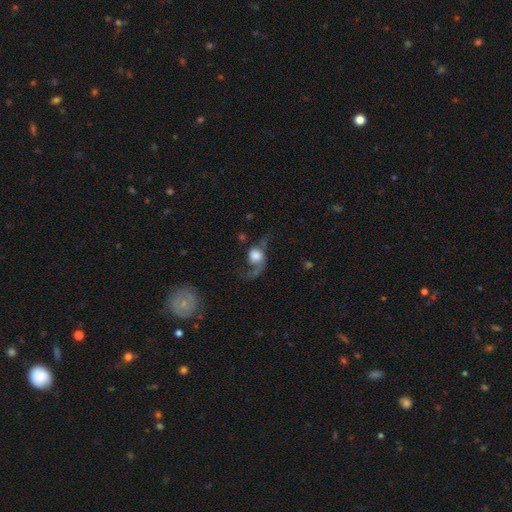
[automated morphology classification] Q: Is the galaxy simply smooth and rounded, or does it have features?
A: featured or disk — 47%.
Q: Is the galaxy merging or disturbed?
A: major disturbance — 49%.